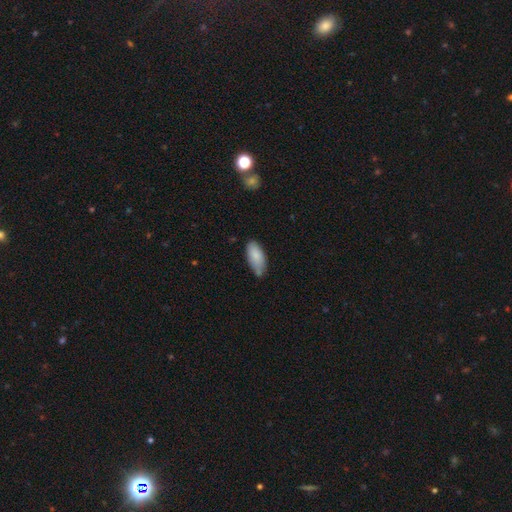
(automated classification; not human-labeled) Smooth or featured: smooth — 85% (featured or disk — 8%)
How rounded: in between — 88% (cigar-shaped — 10%)
Merging: none — 58% (minor disturbance — 31%)